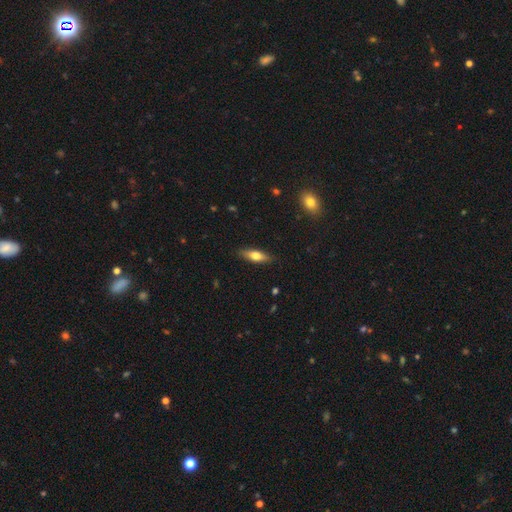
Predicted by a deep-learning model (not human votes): Smooth or featured? Predicted: smooth (p=0.65). How rounded? Predicted: in between (p=0.51). Merging? Predicted: none (p=0.86).